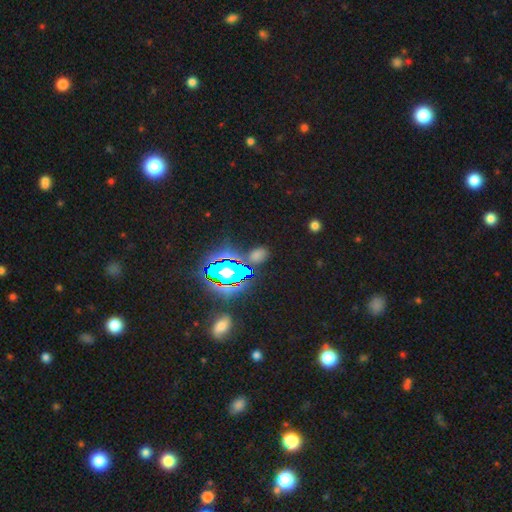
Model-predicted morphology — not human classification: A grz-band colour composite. It shows a star or artifact, not a galaxy (52%).